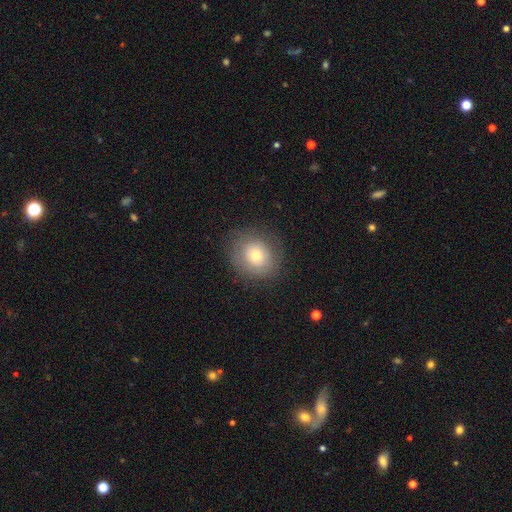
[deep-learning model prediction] A smooth galaxy with no disk features (67%) that is round (84%). Merging: none (83%).